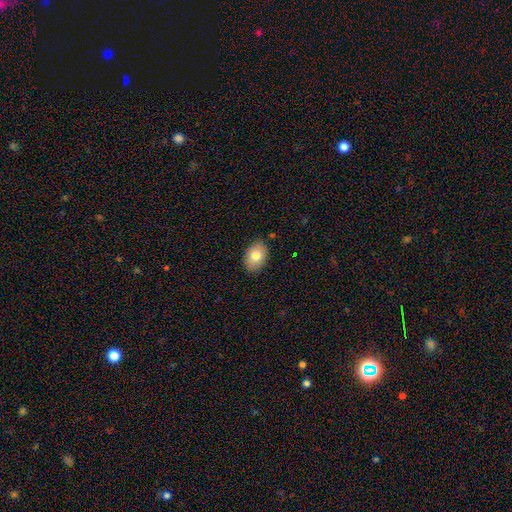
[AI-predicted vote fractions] A smooth galaxy with no disk features (79%) that is in between round and cigar-shaped (83%). Merging: none (86%).